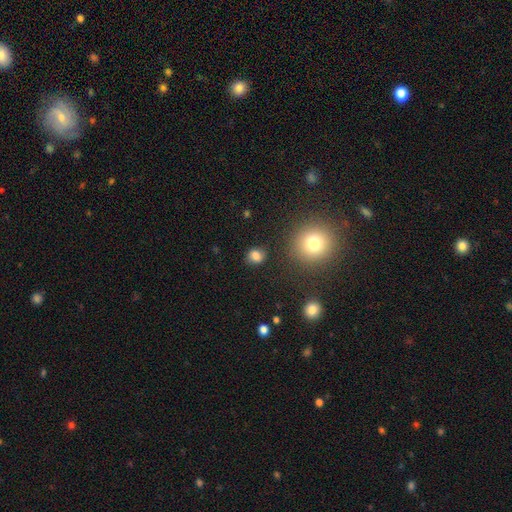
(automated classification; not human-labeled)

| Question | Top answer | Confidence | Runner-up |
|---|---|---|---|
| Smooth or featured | smooth | 81% | star or artifact (13%) |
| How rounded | round | 66% | in between (33%) |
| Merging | none | 82% | minor disturbance (11%) |